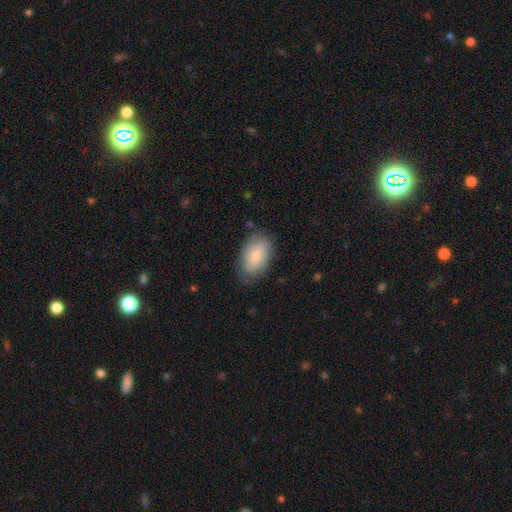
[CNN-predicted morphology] Smooth or featured? Predicted: smooth (p=0.79). How rounded? Predicted: in between (p=0.92). Merging? Predicted: none (p=0.77).